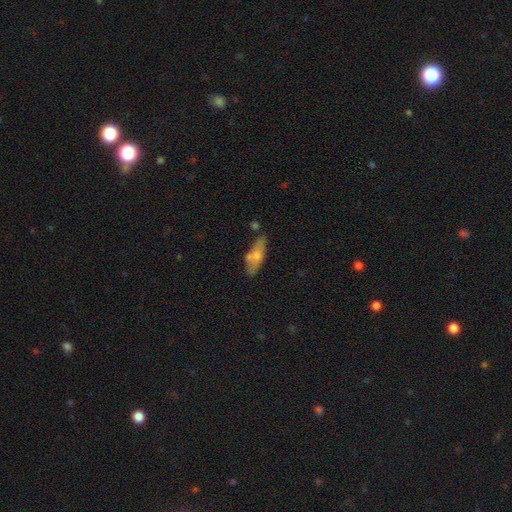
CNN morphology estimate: Smooth or featured?
  - smooth: 64% *
  - featured or disk: 29%
  - star or artifact: 7%
How rounded?
  - in between: 63% *
  - cigar-shaped: 34%
  - round: 3%
Merging?
  - none: 61% *
  - minor disturbance: 21%
  - merger: 12%
  - major disturbance: 6%